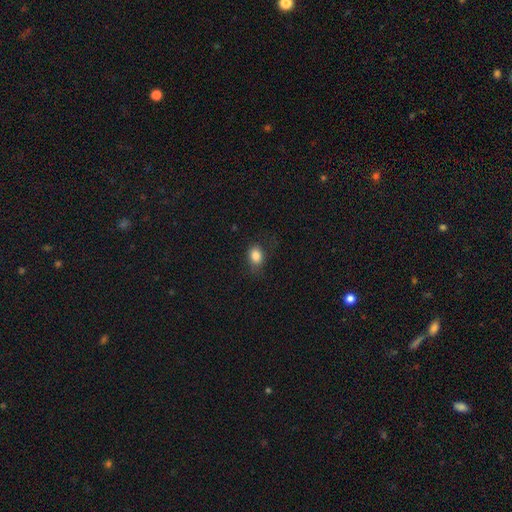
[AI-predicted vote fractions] This appears to be a smooth galaxy with no disk features (84%) that is in between round and cigar-shaped (64%). Merging: none (71%).